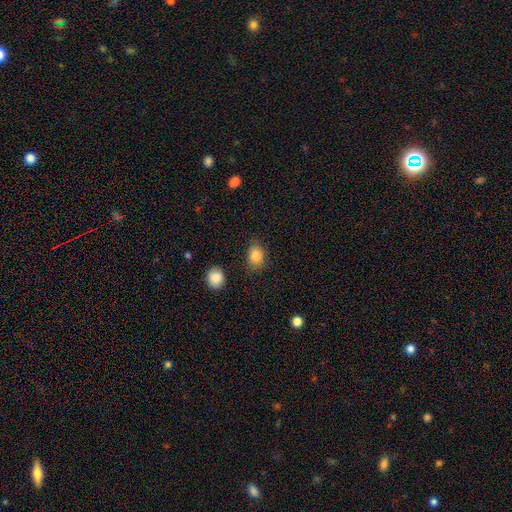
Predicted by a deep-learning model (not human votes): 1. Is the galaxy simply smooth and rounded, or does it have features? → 85% smooth, 9% star or artifact, 6% featured or disk.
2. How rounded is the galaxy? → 71% in between, 28% round, 1% cigar-shaped.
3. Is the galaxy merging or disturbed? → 79% none, 14% minor disturbance, 3% major disturbance, 3% merger.